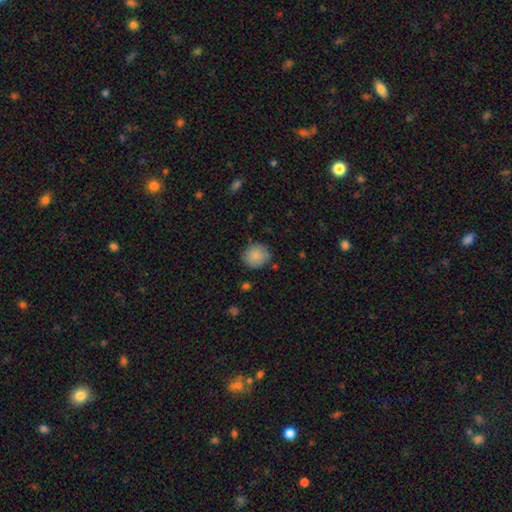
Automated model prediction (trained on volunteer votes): smooth 87%, star or artifact 8%, featured or disk 6%. Down the decision tree: how rounded — round (84%); merging — none (81%).